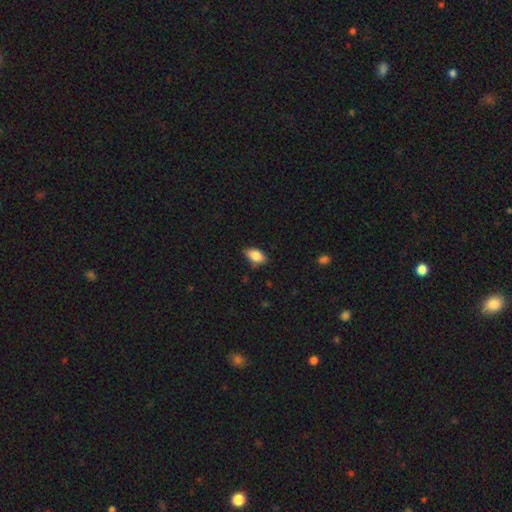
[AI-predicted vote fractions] smooth_or_featured: smooth (p=0.85) [alt: featured or disk p=0.08]
how_rounded: in between (p=0.90) [alt: round p=0.05]
merging: none (p=0.76) [alt: minor disturbance p=0.20]